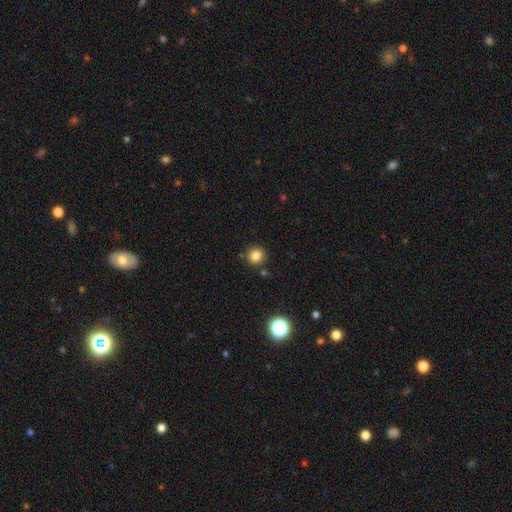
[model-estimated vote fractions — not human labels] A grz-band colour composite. It shows a smooth galaxy with no disk features (82%) that is round (93%). Merging: none (86%).